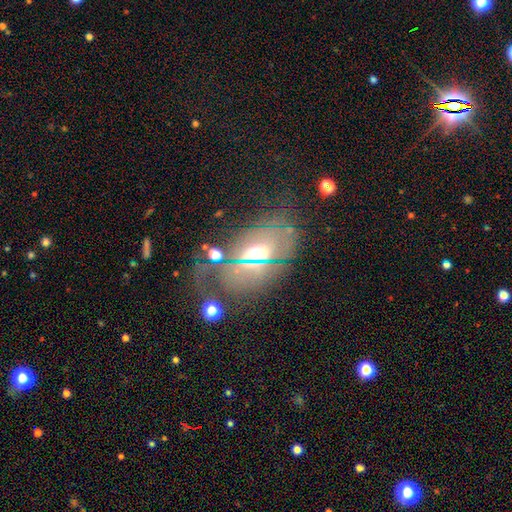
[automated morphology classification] A featured or disk galaxy (42%). Merging: none (51%).